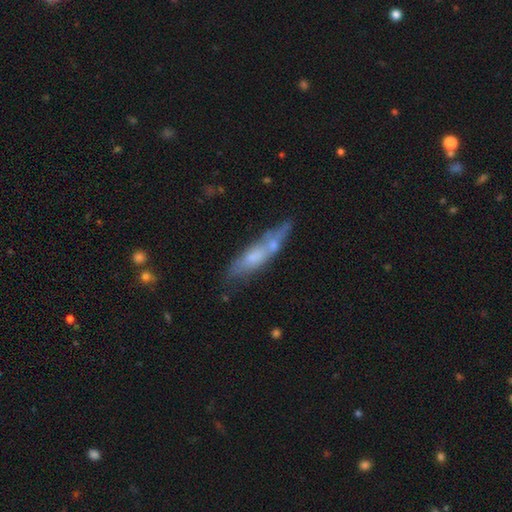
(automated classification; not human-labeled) Morphology: type=smooth (52%); roundness=cigar-shaped (73%); merging=none (49%).